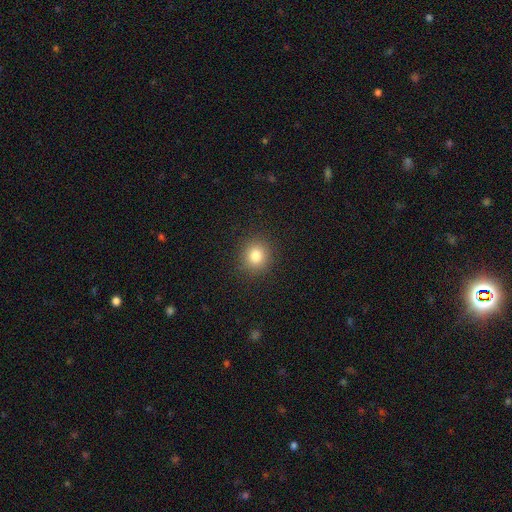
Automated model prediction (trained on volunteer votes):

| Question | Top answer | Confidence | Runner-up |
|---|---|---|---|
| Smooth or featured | smooth | 82% | star or artifact (12%) |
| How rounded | round | 86% | in between (13%) |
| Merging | none | 90% | minor disturbance (6%) |